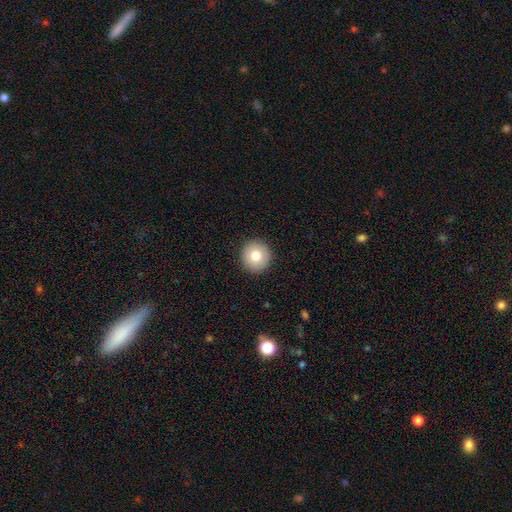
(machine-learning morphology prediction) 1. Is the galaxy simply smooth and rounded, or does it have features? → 79% smooth, 12% featured or disk, 9% star or artifact.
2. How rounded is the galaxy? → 94% round, 5% in between, 1% cigar-shaped.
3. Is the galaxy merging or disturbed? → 93% none, 5% minor disturbance, 2% major disturbance, 1% merger.